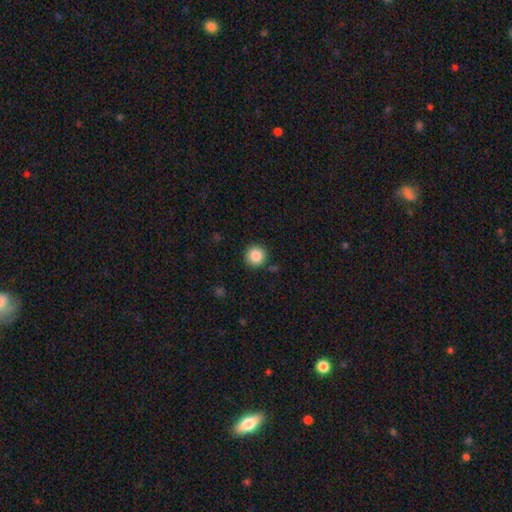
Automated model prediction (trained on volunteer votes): Overall: smooth (86%). How rounded: round (94%). Merging: none (89%).